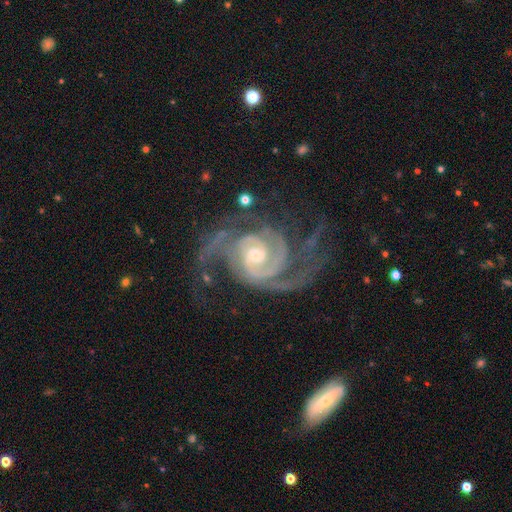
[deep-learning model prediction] Smooth or featured: featured or disk — 93% (star or artifact — 5%)
Edge-on disk: no — 98% (yes — 2%)
Bar: no — 61% (weak — 30%)
Spiral arms: yes — 98% (no — 2%)
Spiral winding: tight — 49% (medium — 42%)
Spiral arm count: 2 — 60% (3 — 18%)
Bulge size: small — 60% (moderate — 34%)
Merging: none — 57% (major disturbance — 22%)